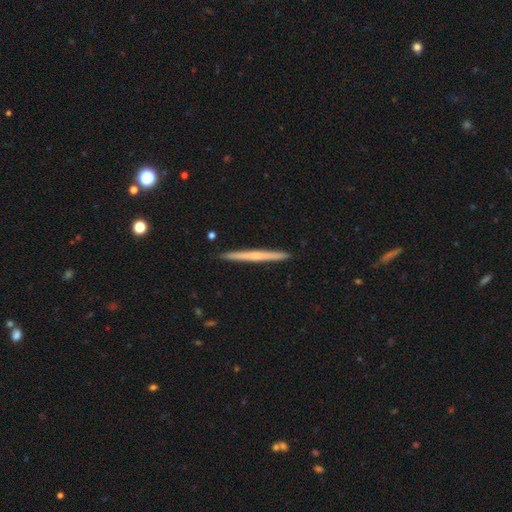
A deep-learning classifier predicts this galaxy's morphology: featured or disk 55%, smooth 39%, star or artifact 6%. Down the decision tree: edge-on disk — yes (98%); edge-on bulge — none (63%); merging — none (93%).